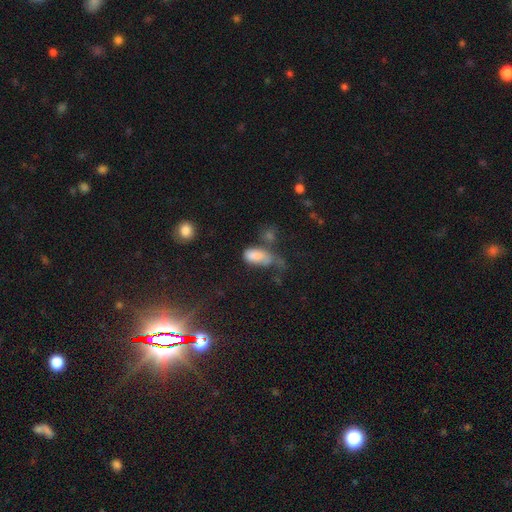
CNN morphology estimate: This appears to be a smooth galaxy with no disk features (80%) that is in between round and cigar-shaped (91%). Merging: major disturbance (34%).